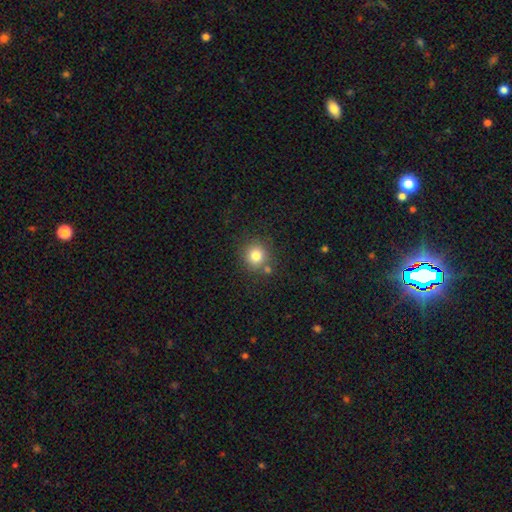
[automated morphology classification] smooth 80%, star or artifact 12%, featured or disk 7%. Down the decision tree: how rounded — round (90%); merging — none (77%).